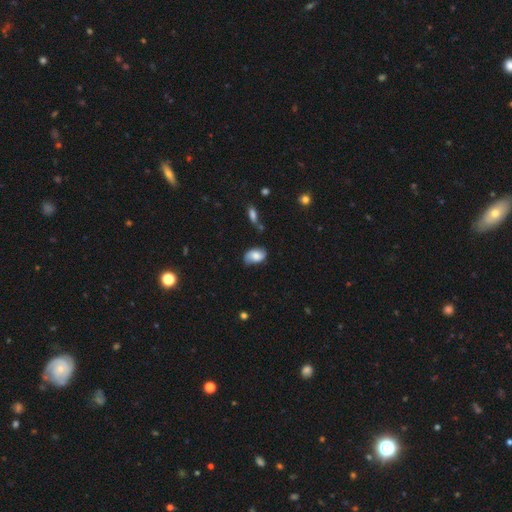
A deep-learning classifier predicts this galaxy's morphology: This is likely a smooth galaxy (69%). How rounded: clearly in between (89%). Merging: likely none (62%).